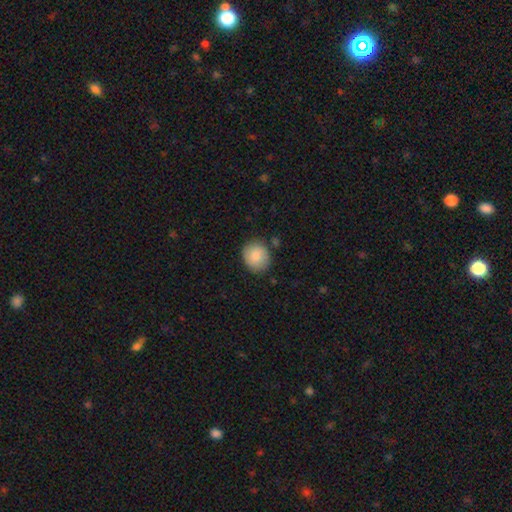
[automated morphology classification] The model was most divided on "how rounded": round: 81%, in between: 18%, cigar-shaped: 1%. More confident: smooth or featured — smooth (85%); merging — none (83%).